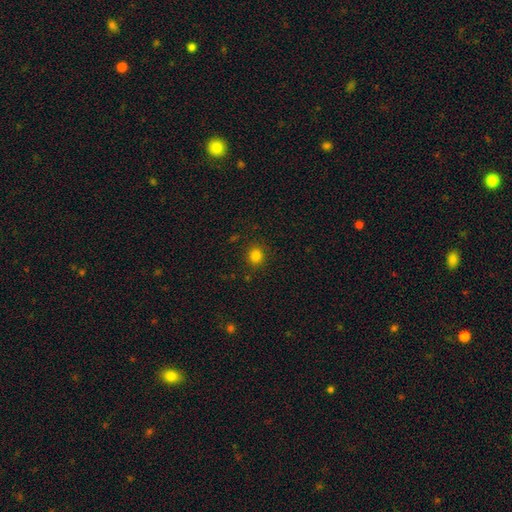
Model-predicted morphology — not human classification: type=smooth (82%); roundness=round (84%); merging=none (89%).